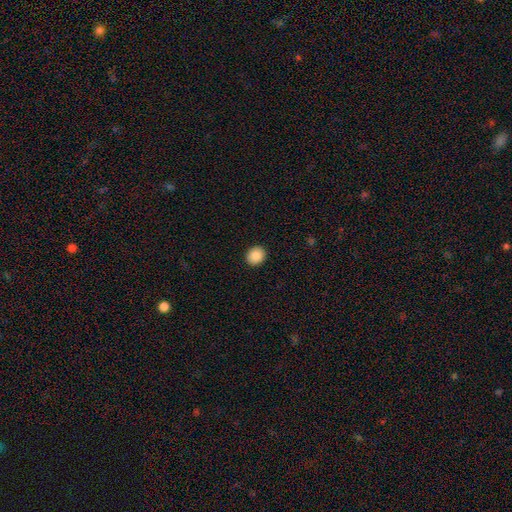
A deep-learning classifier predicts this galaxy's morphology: Smooth or featured? smooth (88%)
How rounded? round (72%)
Merging? none (92%)